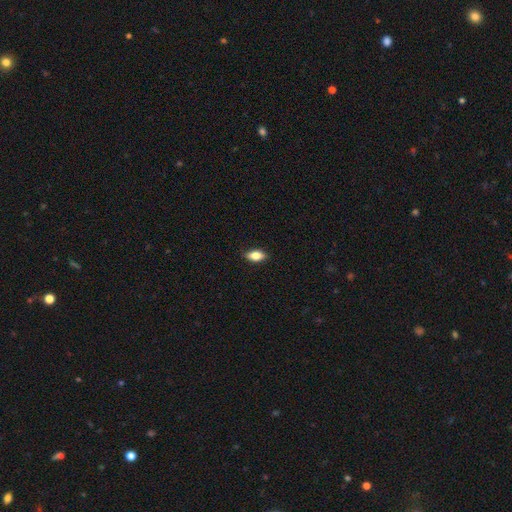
This is likely a smooth galaxy (66%). How rounded: clearly in between (80%). Merging: clearly none (91%).